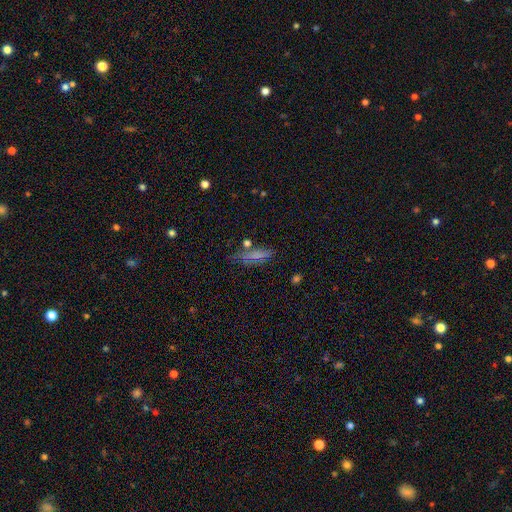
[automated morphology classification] type=smooth (63%); roundness=cigar-shaped (51%); merging=none (69%).